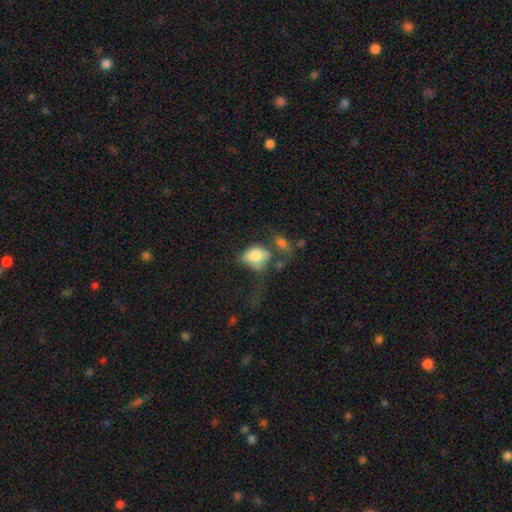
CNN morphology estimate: Smooth or featured? Predicted: smooth (p=0.73). How rounded? Predicted: in between (p=0.67). Merging? Predicted: major disturbance (p=0.35).